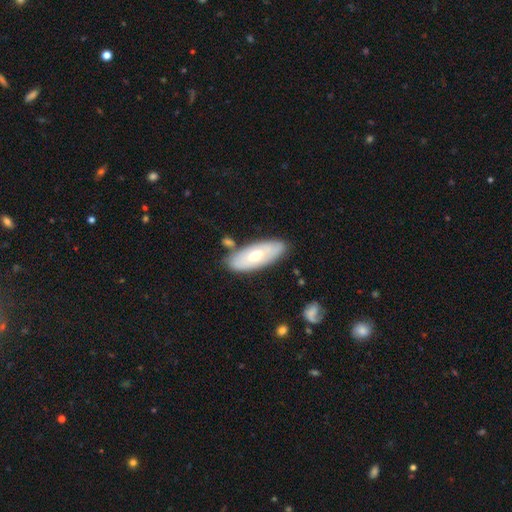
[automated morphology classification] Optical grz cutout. It shows a smooth galaxy with no disk features (50%) that is in between round and cigar-shaped (78%). Merging: none (79%).